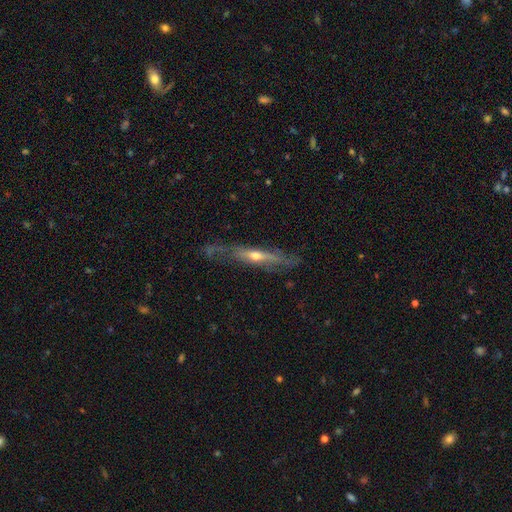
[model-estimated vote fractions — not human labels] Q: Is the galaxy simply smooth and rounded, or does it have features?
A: featured or disk — 70%.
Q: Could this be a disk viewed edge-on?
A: yes — 75%.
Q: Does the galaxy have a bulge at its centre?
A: rounded — 78%.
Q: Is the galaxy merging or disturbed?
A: none — 61%.